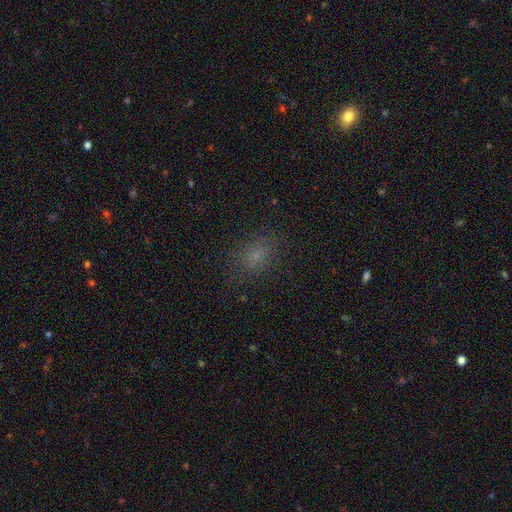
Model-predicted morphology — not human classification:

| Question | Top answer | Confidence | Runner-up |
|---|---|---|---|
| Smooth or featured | smooth | 69% | star or artifact (22%) |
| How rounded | in between | 62% | round (36%) |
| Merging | none | 79% | minor disturbance (14%) |